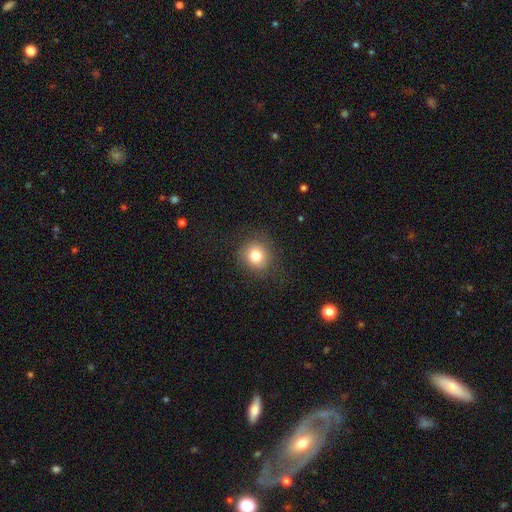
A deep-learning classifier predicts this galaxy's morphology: smooth_or_featured: smooth (p=0.80) [alt: star or artifact p=0.12]
how_rounded: round (p=0.88) [alt: in between p=0.11]
merging: none (p=0.85) [alt: minor disturbance p=0.10]